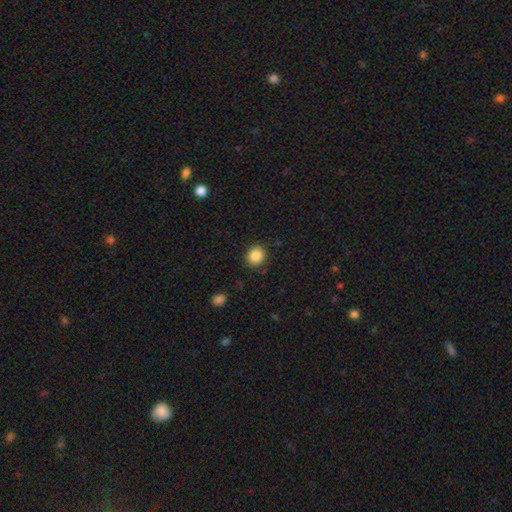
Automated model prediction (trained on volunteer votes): Smooth or featured: smooth — 87% (star or artifact — 10%)
How rounded: round — 84% (in between — 15%)
Merging: none — 88% (minor disturbance — 8%)